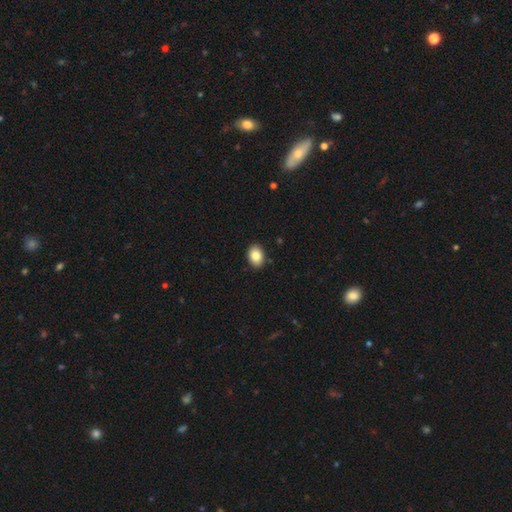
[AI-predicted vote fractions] A smooth galaxy with no disk features (85%) that is in between round and cigar-shaped (76%). Merging: none (90%).